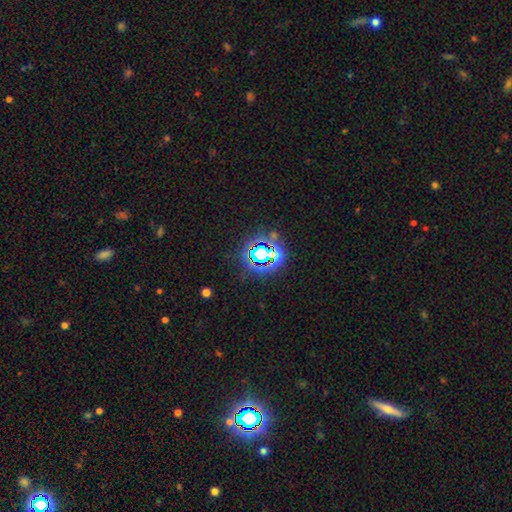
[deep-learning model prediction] A star or artifact, not a galaxy (69%).

Vote fractions:
- Smooth or featured? star or artifact: 69% / smooth: 19% / featured or disk: 12%